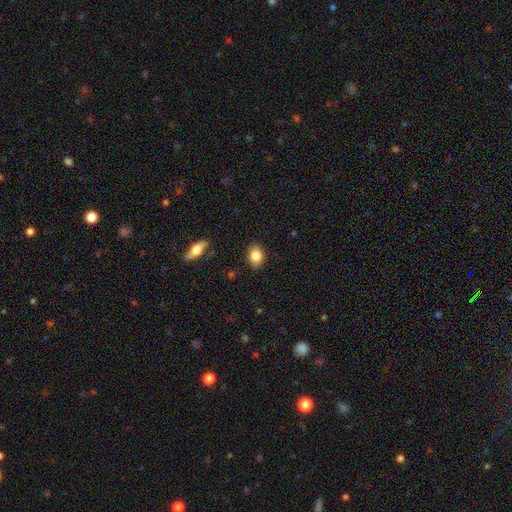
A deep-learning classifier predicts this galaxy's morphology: Smooth or featured?
  - smooth: 84% *
  - star or artifact: 8%
  - featured or disk: 8%
How rounded?
  - in between: 70% *
  - round: 29%
  - cigar-shaped: 2%
Merging?
  - none: 87% *
  - minor disturbance: 9%
  - major disturbance: 2%
  - merger: 1%